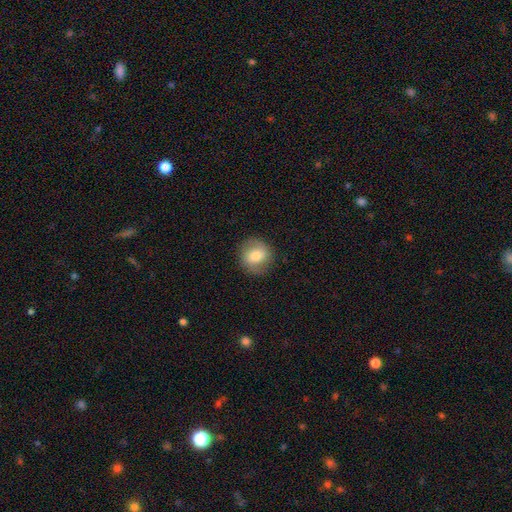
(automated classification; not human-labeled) Smooth or featured?
  - smooth: 61% *
  - featured or disk: 31%
  - star or artifact: 8%
How rounded?
  - round: 87% *
  - in between: 12%
  - cigar-shaped: 1%
Merging?
  - none: 86% *
  - minor disturbance: 10%
  - major disturbance: 4%
  - merger: 1%